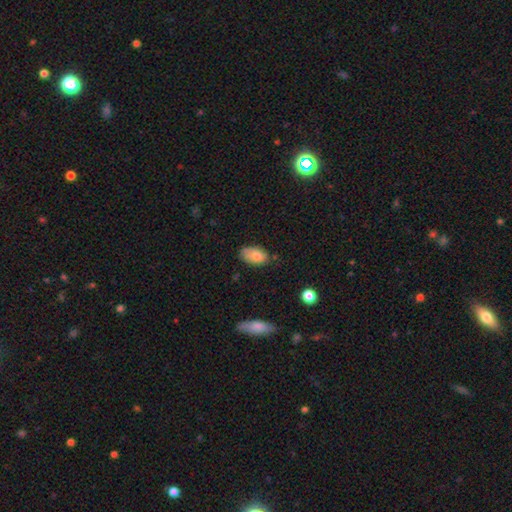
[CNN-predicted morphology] smooth-or-featured: smooth: 82% | featured or disk: 10% | star or artifact: 8%
  how-rounded: in between: 93% | round: 6% | cigar-shaped: 2%
  merging: none: 66% | minor disturbance: 27% | major disturbance: 5% | merger: 3%